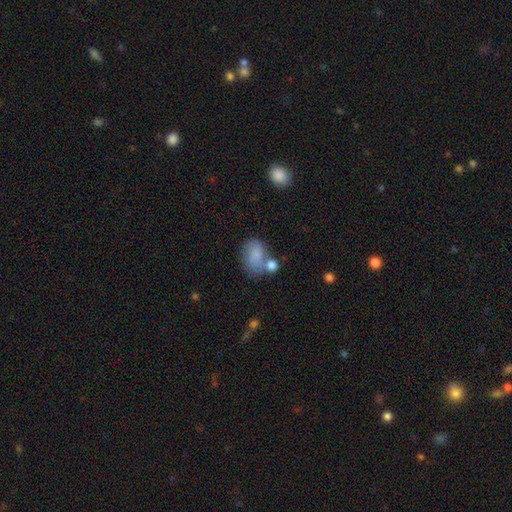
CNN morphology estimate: Smooth or featured?
  - smooth: 74% *
  - featured or disk: 18%
  - star or artifact: 9%
How rounded?
  - in between: 74% *
  - round: 24%
  - cigar-shaped: 1%
Merging?
  - none: 36% *
  - merger: 34%
  - minor disturbance: 20%
  - major disturbance: 10%